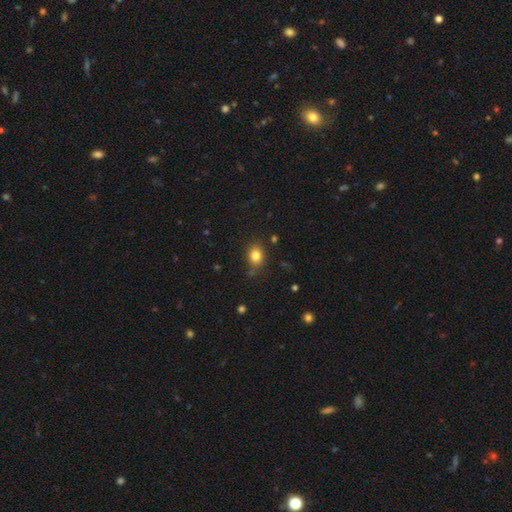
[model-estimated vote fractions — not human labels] Morphology: type=smooth (82%); roundness=in between (51%); merging=none (78%).